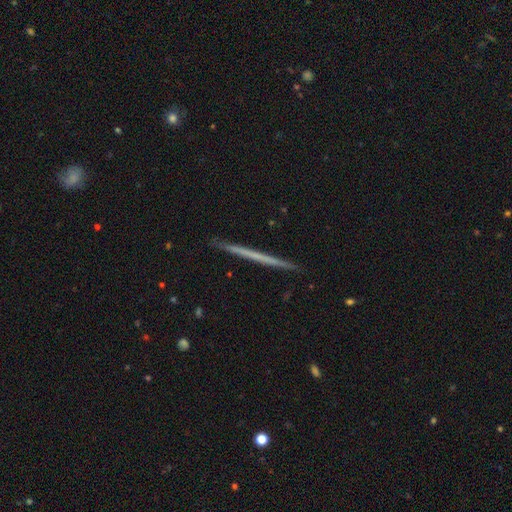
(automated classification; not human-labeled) smooth_or_featured: featured or disk (p=0.55) [alt: smooth p=0.40]
disk_edge_on: yes (p=0.98) [alt: no p=0.02]
edge_on_bulge: none (p=0.93) [alt: rounded p=0.05]
merging: none (p=0.92) [alt: minor disturbance p=0.06]